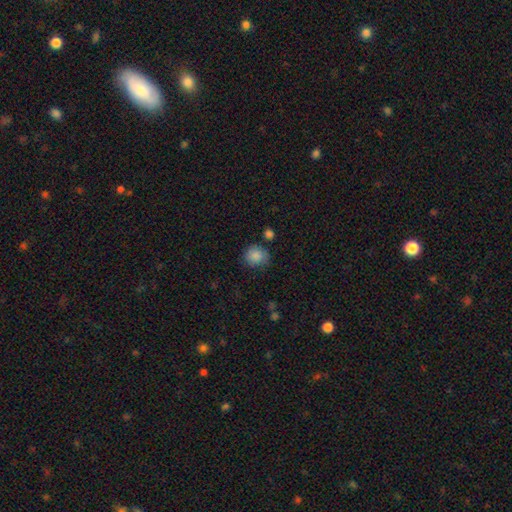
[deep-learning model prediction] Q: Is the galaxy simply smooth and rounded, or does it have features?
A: smooth — 87%.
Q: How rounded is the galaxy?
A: round — 82%.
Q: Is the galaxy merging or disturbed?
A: none — 75%.